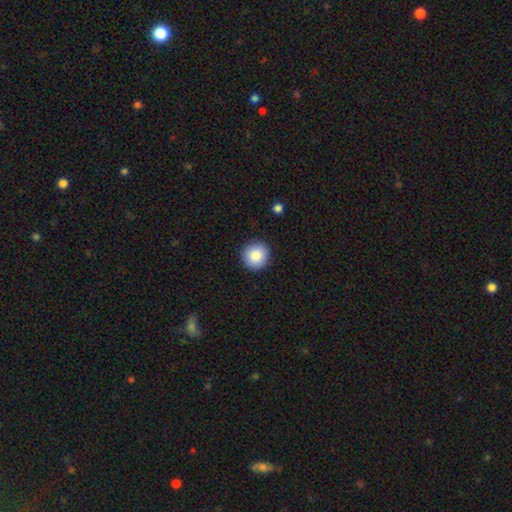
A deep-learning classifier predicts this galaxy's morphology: Overall: smooth (86%). How rounded: round (92%). Merging: none (91%).